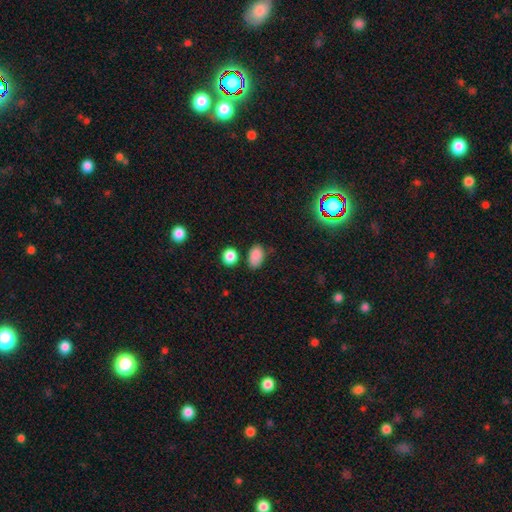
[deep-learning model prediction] smooth-or-featured: smooth: 84% | star or artifact: 12% | featured or disk: 4%
  how-rounded: in between: 85% | round: 14% | cigar-shaped: 2%
  merging: none: 70% | minor disturbance: 19% | merger: 6% | major disturbance: 5%